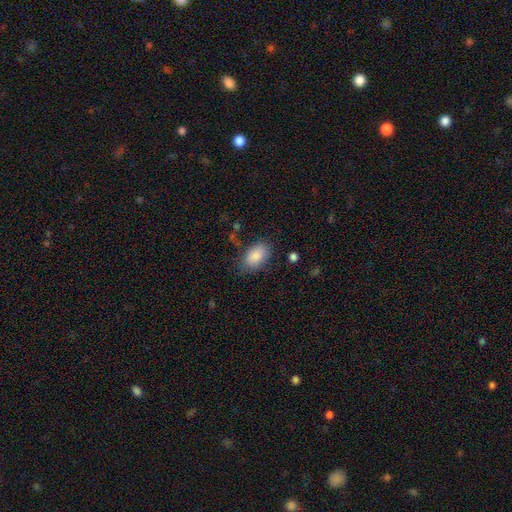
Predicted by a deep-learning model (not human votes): A smooth galaxy with no disk features (87%) that is in between round and cigar-shaped (91%). Merging: none (74%).